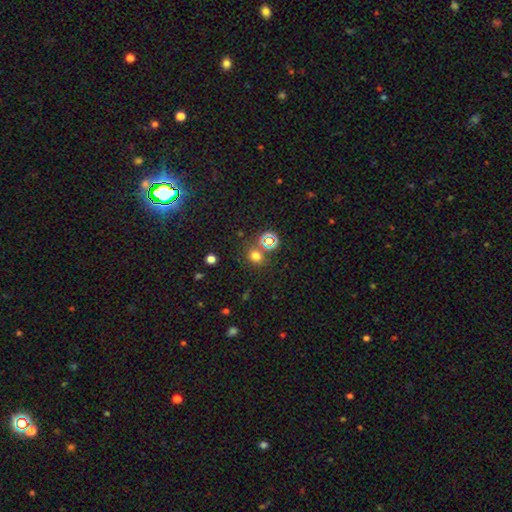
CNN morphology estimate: The model was most divided on "smooth or featured": smooth: 65%, star or artifact: 28%, featured or disk: 7%. More confident: how rounded — round (76%); merging — none (74%).